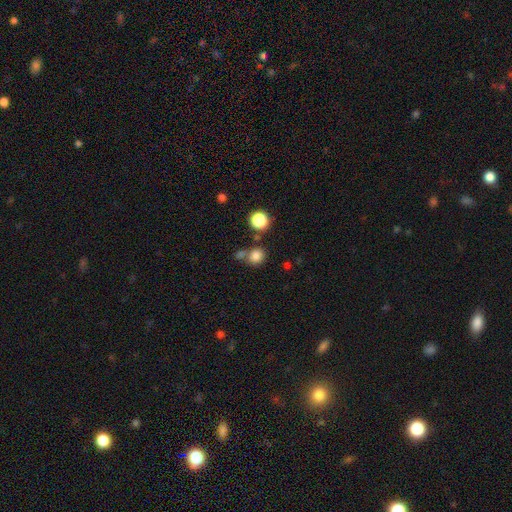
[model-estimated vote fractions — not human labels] Smooth or featured?
  - smooth: 81% *
  - star or artifact: 14%
  - featured or disk: 5%
How rounded?
  - round: 80% *
  - in between: 19%
  - cigar-shaped: 1%
Merging?
  - none: 65% *
  - merger: 20%
  - minor disturbance: 10%
  - major disturbance: 4%